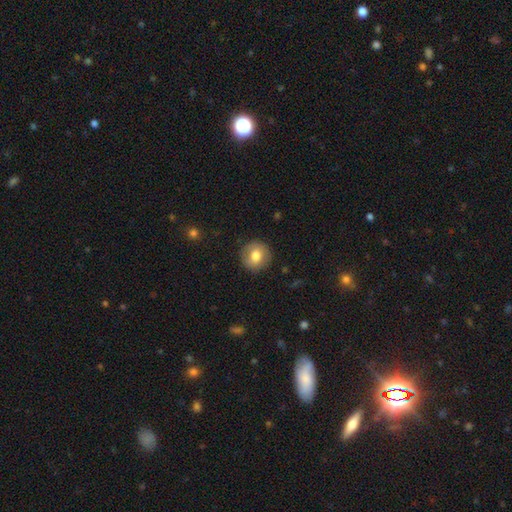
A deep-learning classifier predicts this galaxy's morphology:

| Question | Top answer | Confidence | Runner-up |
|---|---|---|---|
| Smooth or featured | smooth | 72% | featured or disk (19%) |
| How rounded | round | 91% | in between (8%) |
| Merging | none | 87% | minor disturbance (9%) |